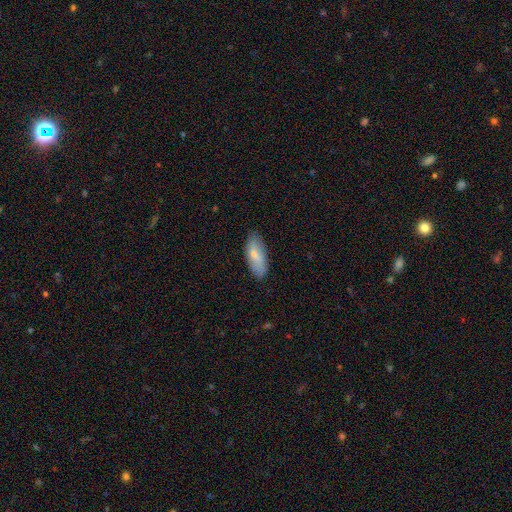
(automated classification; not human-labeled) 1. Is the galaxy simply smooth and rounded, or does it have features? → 73% smooth, 20% featured or disk, 6% star or artifact.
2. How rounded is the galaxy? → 79% in between, 19% cigar-shaped, 2% round.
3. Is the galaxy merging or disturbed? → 81% none, 15% minor disturbance, 3% major disturbance, 1% merger.